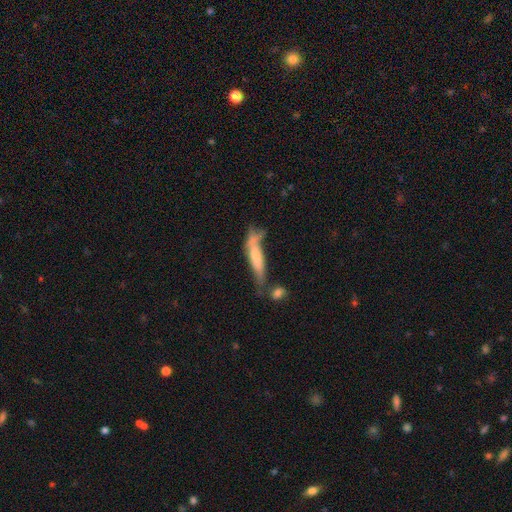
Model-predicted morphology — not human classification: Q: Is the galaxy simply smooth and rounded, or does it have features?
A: smooth — 60%.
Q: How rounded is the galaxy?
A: cigar-shaped — 82%.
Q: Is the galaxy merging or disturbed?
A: none — 39%.